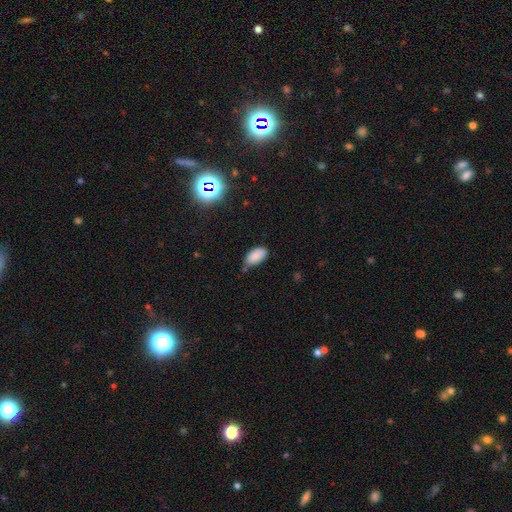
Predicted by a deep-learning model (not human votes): Smooth or featured: smooth — 86% (star or artifact — 9%)
How rounded: in between — 94% (cigar-shaped — 3%)
Merging: none — 60% (minor disturbance — 30%)